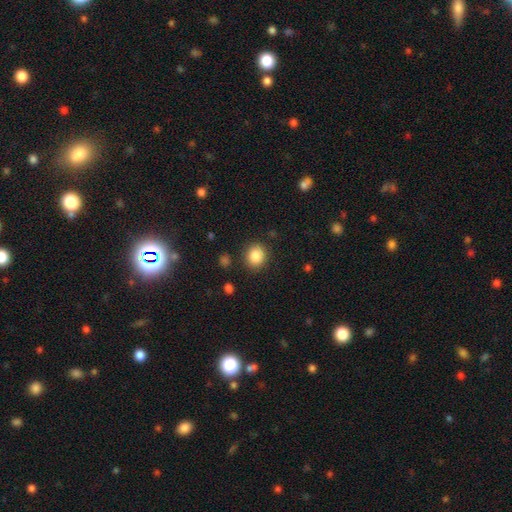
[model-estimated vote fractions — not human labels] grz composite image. It shows a smooth galaxy with no disk features (86%) that is round (78%). Merging: none (87%).